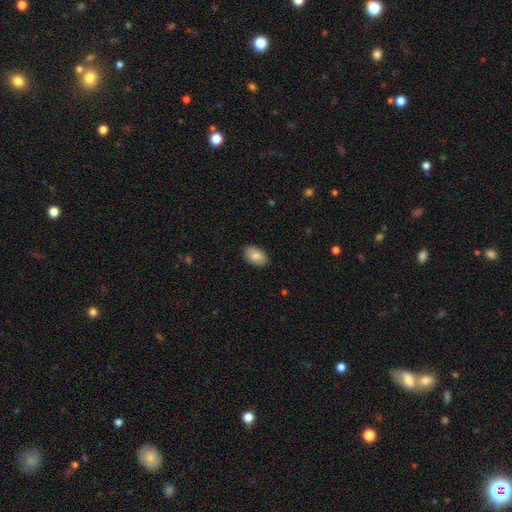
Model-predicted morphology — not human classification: A smooth galaxy with no disk features (85%) that is in between round and cigar-shaped (92%). Merging: none (85%).